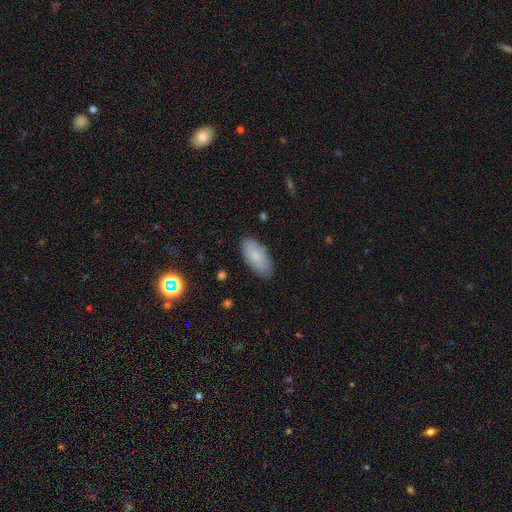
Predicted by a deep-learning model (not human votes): Smooth or featured? Predicted: smooth (p=0.82). How rounded? Predicted: in between (p=0.89). Merging? Predicted: none (p=0.85).